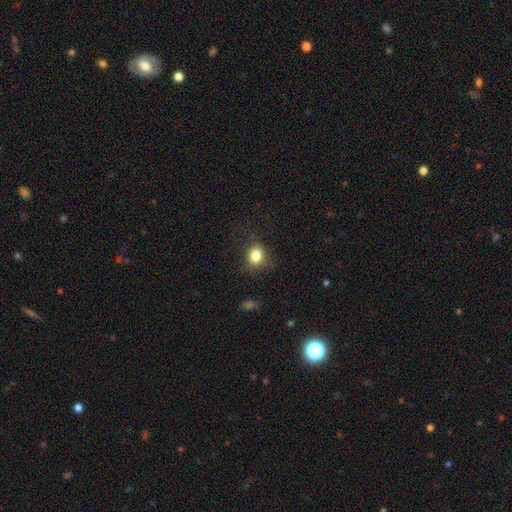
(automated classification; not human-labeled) Smooth or featured? smooth (82%)
How rounded? round (63%)
Merging? none (77%)